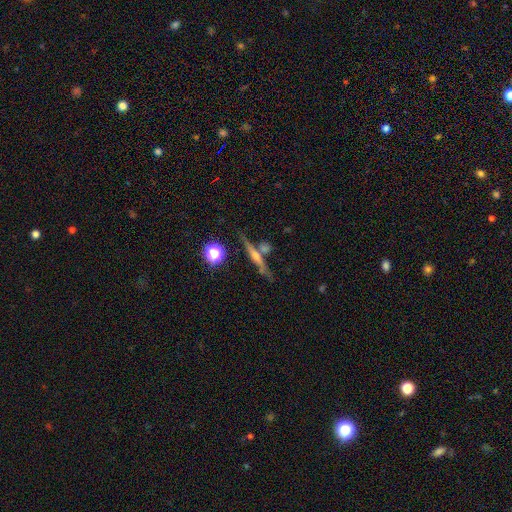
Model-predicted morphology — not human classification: Smooth or featured? Predicted: featured or disk (p=0.64). Edge-on disk? Predicted: yes (p=0.95). Edge-on bulge? Predicted: rounded (p=0.75). Merging? Predicted: none (p=0.71).